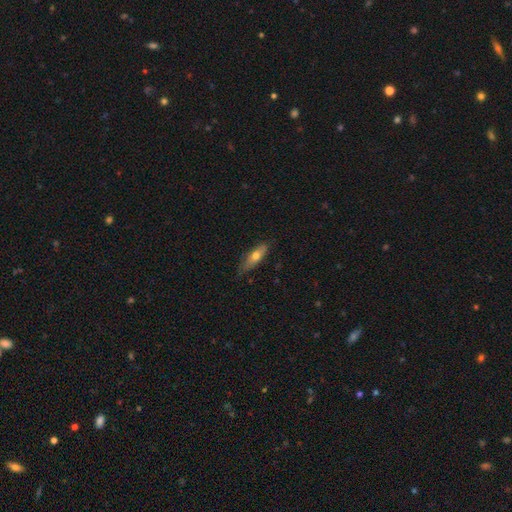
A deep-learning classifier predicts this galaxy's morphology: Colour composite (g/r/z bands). It shows a smooth galaxy with no disk features (63%) that is cigar-shaped (49%). Merging: none (72%).